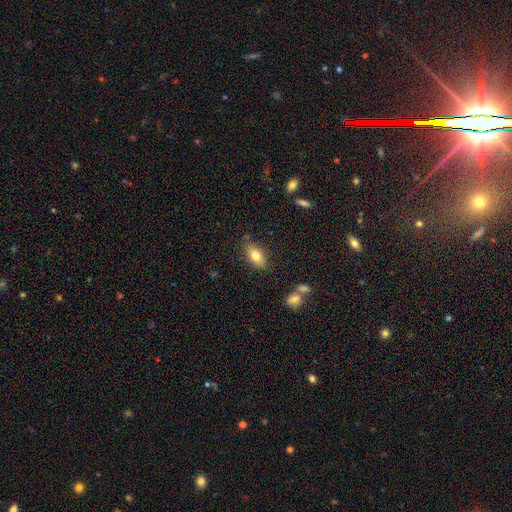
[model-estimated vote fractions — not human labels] smooth_or_featured: smooth (p=0.76) [alt: featured or disk p=0.16]
how_rounded: in between (p=0.87) [alt: cigar-shaped p=0.07]
merging: none (p=0.78) [alt: minor disturbance p=0.15]